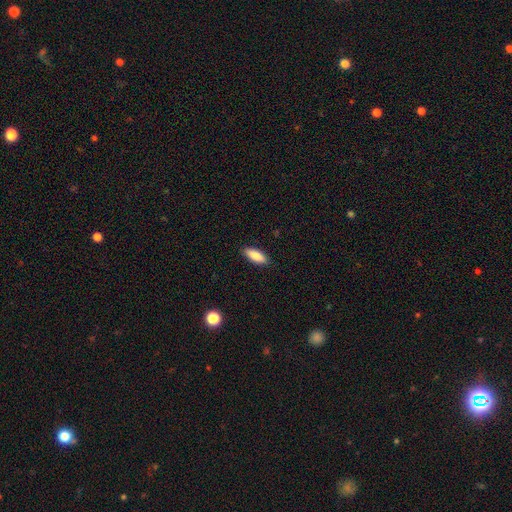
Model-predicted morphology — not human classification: smooth_or_featured: smooth (p=0.86) [alt: featured or disk p=0.08]
how_rounded: in between (p=0.66) [alt: cigar-shaped p=0.32]
merging: none (p=0.89) [alt: minor disturbance p=0.08]